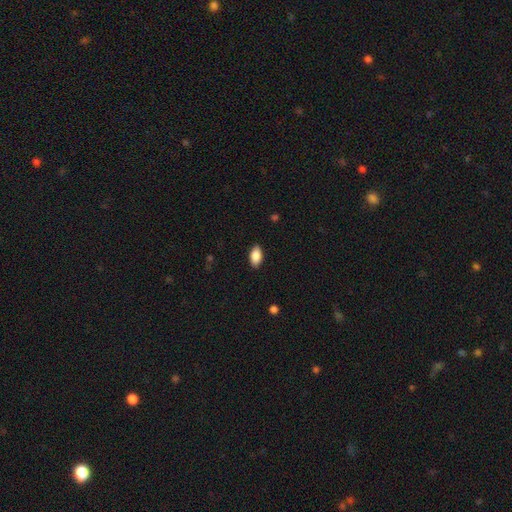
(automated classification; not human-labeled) Morphology: type=smooth (86%); roundness=in between (93%); merging=none (88%).